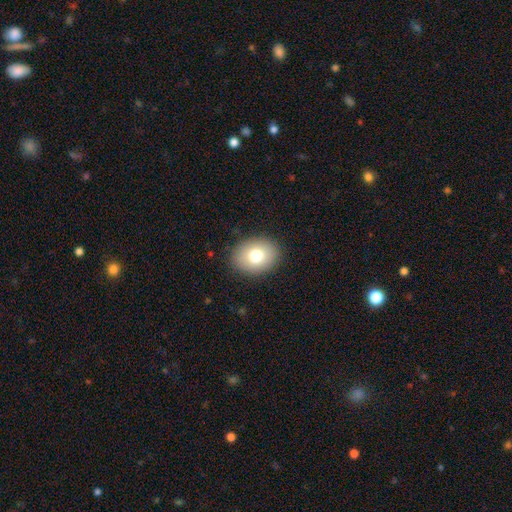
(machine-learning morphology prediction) Q: Smooth or featured?
A: smooth (77%); runner-up: featured or disk (13%)
Q: How rounded?
A: in between (61%); runner-up: round (38%)
Q: Merging?
A: none (88%); runner-up: minor disturbance (8%)